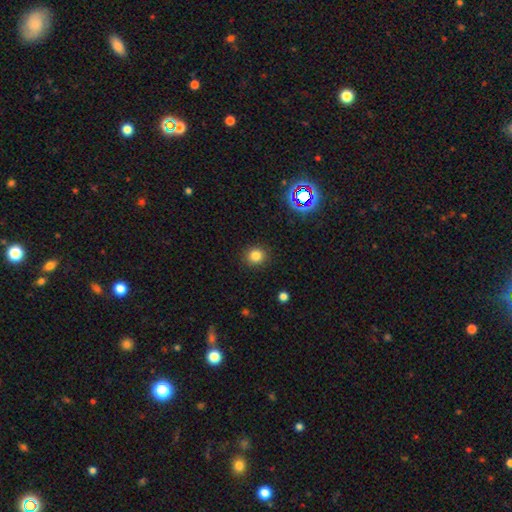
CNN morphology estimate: Smooth or featured? smooth (81%)
How rounded? round (86%)
Merging? none (90%)